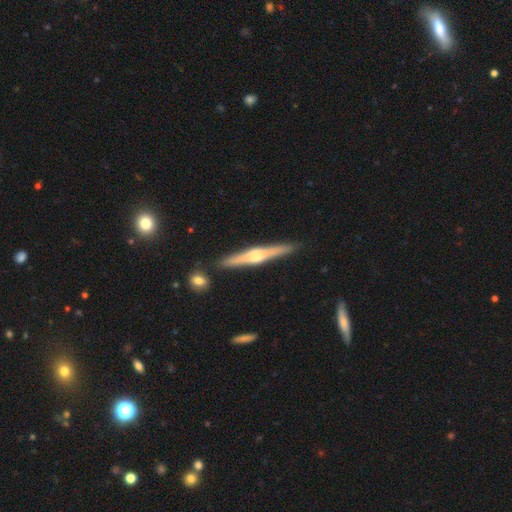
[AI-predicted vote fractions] A featured or disk galaxy (73%) viewed edge-on (98%) with a rounded central bulge (83%).

Vote fractions:
- Smooth or featured? featured or disk: 73% / smooth: 22% / star or artifact: 5%
- Edge-on disk? yes: 98% / no: 2%
- Edge-on bulge? rounded: 83% / boxy: 11% / none: 6%
- Merging? none: 89% / minor disturbance: 8% / merger: 2% / major disturbance: 2%